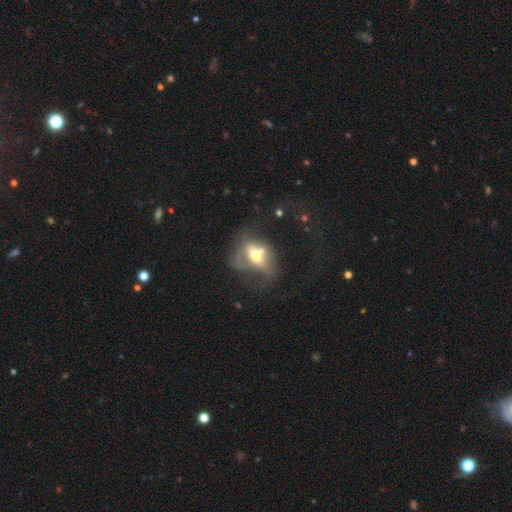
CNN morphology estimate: A featured or disk galaxy (48%). Merging: major disturbance (32%).